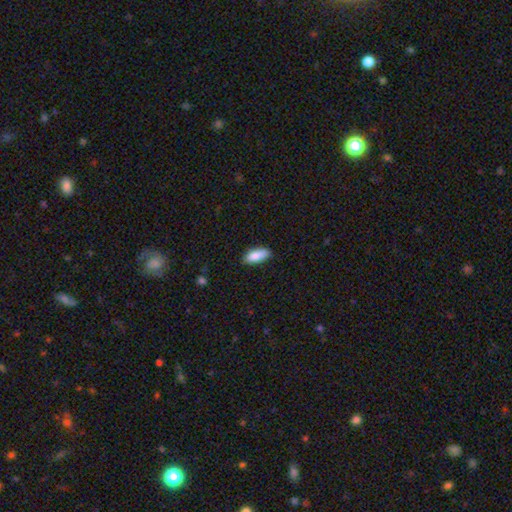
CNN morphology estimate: Smooth or featured?
  - smooth: 85% *
  - featured or disk: 9%
  - star or artifact: 6%
How rounded?
  - in between: 79% *
  - cigar-shaped: 19%
  - round: 2%
Merging?
  - none: 82% *
  - minor disturbance: 14%
  - major disturbance: 2%
  - merger: 1%